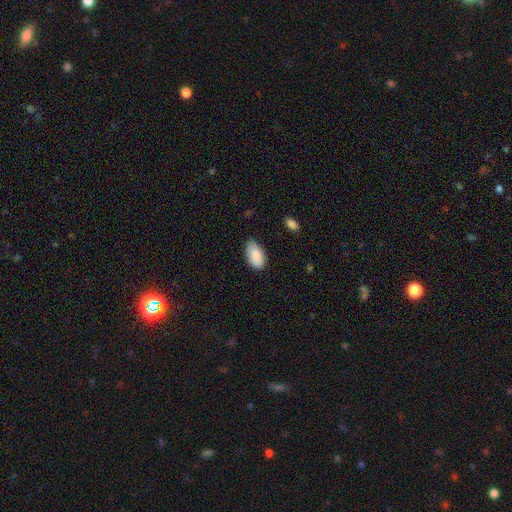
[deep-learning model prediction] Morphology: type=smooth (87%); roundness=in between (95%); merging=none (73%).